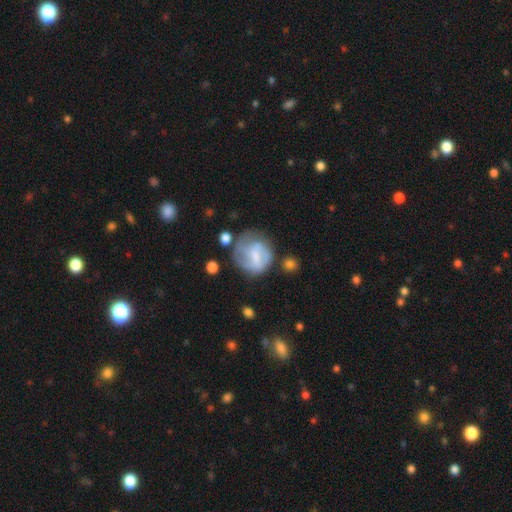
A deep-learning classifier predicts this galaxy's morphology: type=featured or disk (50%); edge-on=no (97%); merging=none (46%).